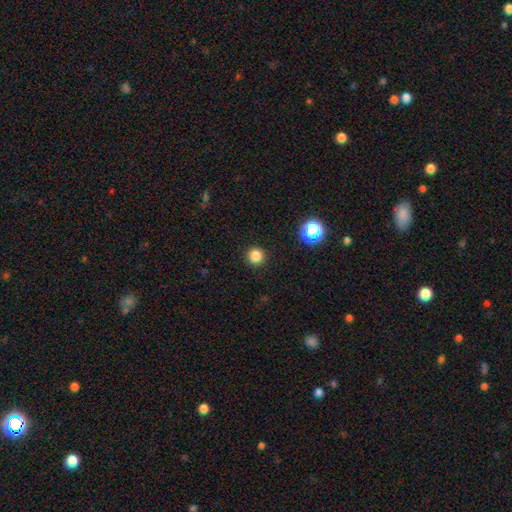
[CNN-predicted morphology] A smooth galaxy with no disk features (83%) that is round (96%).

Vote fractions:
- Smooth or featured? smooth: 83% / star or artifact: 13% / featured or disk: 3%
- How rounded? round: 96% / in between: 3% / cigar-shaped: 1%
- Merging? none: 93% / minor disturbance: 4% / major disturbance: 2% / merger: 1%